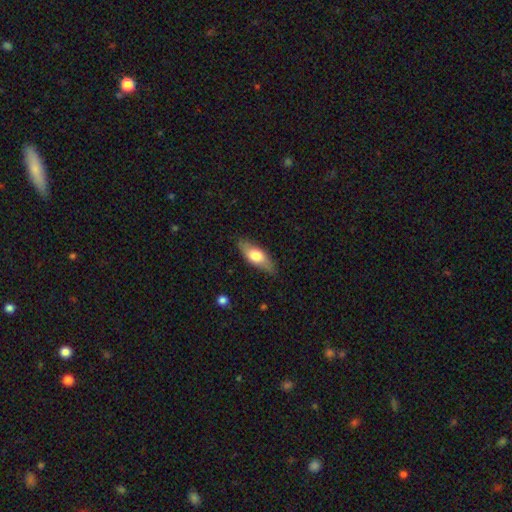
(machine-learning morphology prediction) A smooth galaxy with no disk features (61%) that is in between round and cigar-shaped (67%).

Vote fractions:
- Smooth or featured? smooth: 61% / featured or disk: 33% / star or artifact: 5%
- How rounded? in between: 67% / cigar-shaped: 30% / round: 3%
- Merging? none: 82% / minor disturbance: 14% / major disturbance: 3% / merger: 1%